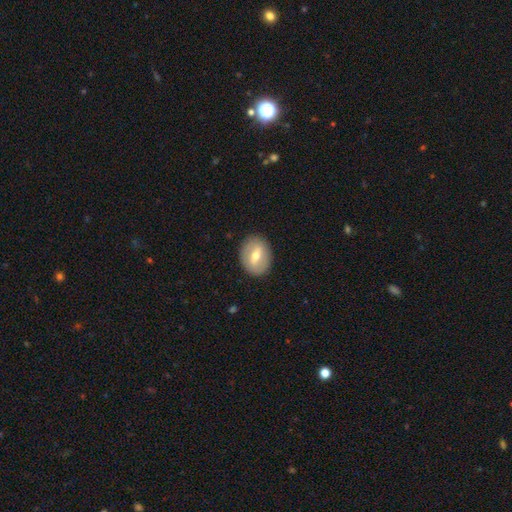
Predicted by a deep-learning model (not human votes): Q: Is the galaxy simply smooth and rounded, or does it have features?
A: smooth — 50%.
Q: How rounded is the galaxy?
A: in between — 58%.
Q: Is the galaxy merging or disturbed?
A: none — 88%.